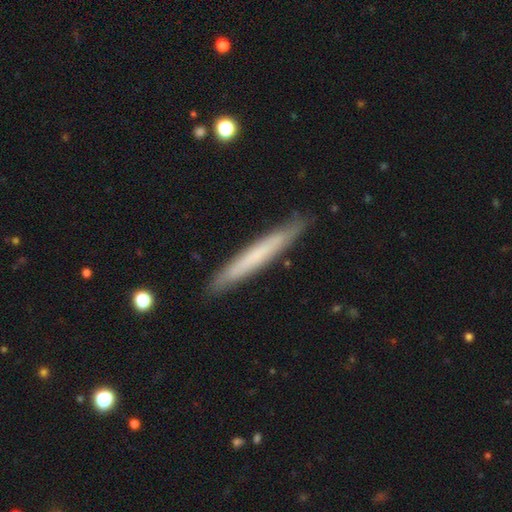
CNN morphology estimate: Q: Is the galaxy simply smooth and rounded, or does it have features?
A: smooth — 56%.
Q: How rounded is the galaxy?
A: cigar-shaped — 96%.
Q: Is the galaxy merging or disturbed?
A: none — 89%.